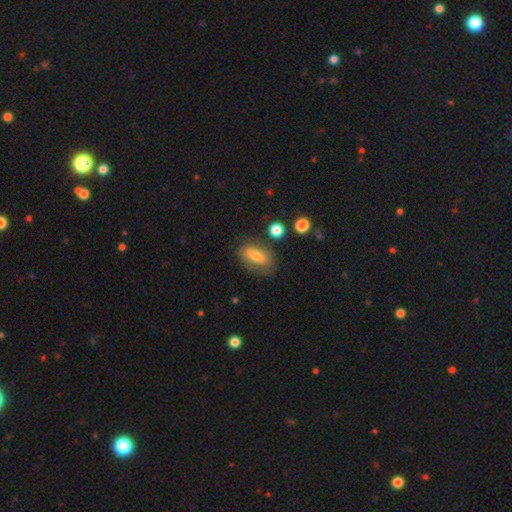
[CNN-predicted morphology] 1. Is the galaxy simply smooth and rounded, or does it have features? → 58% smooth, 34% featured or disk, 8% star or artifact.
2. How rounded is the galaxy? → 78% in between, 13% cigar-shaped, 8% round.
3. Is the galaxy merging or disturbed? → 70% none, 19% minor disturbance, 8% major disturbance, 3% merger.